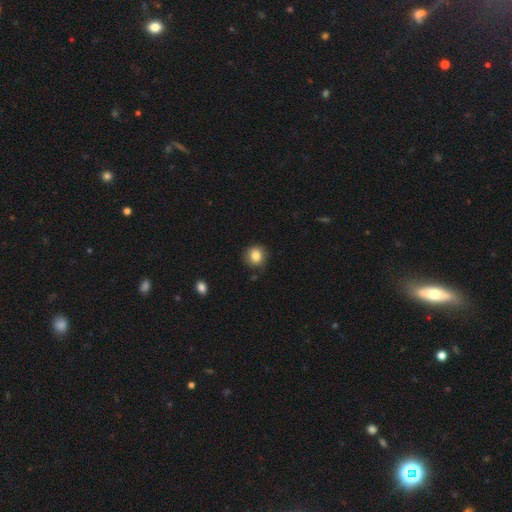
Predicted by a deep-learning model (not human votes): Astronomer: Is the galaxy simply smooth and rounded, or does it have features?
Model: smooth — 84%.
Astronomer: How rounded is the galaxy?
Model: round — 86%.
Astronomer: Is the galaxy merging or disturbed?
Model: none — 79%.